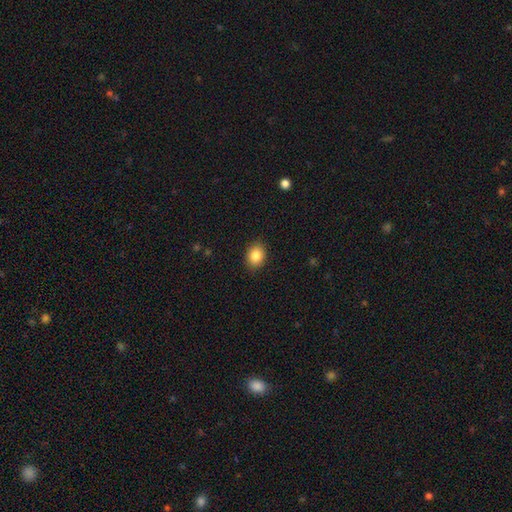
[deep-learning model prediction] smooth_or_featured: smooth (p=0.85) [alt: star or artifact p=0.09]
how_rounded: in between (p=0.58) [alt: round p=0.42]
merging: none (p=0.89) [alt: minor disturbance p=0.08]